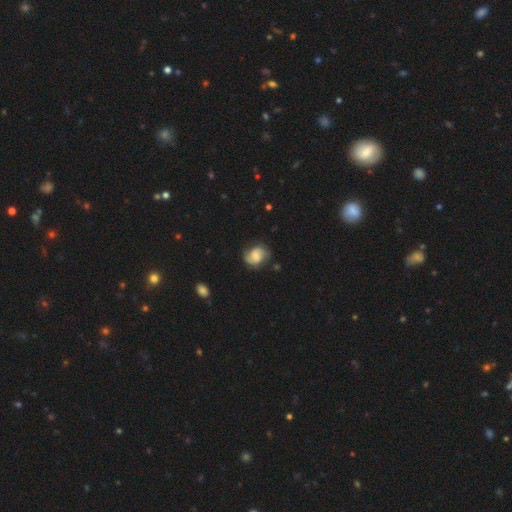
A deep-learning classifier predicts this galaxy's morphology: Smooth or featured?
  - featured or disk: 52% *
  - smooth: 40%
  - star or artifact: 8%
Edge-on disk?
  - no: 97% *
  - yes: 3%
Bar?
  - no: 50% *
  - weak: 41%
  - strong: 9%
Spiral arms?
  - yes: 90% *
  - no: 10%
Bulge size?
  - moderate: 32% *
  - small: 29%
  - none: 21%
  - large: 15%
  - dominant: 3%
Merging?
  - none: 68% *
  - minor disturbance: 22%
  - major disturbance: 8%
  - merger: 2%